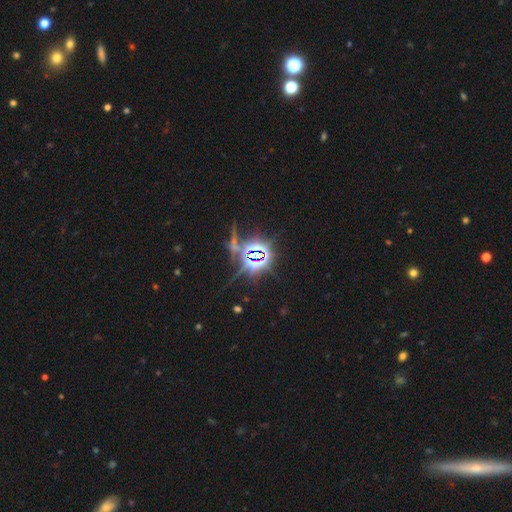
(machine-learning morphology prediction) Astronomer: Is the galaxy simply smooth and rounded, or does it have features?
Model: star or artifact — 83%.